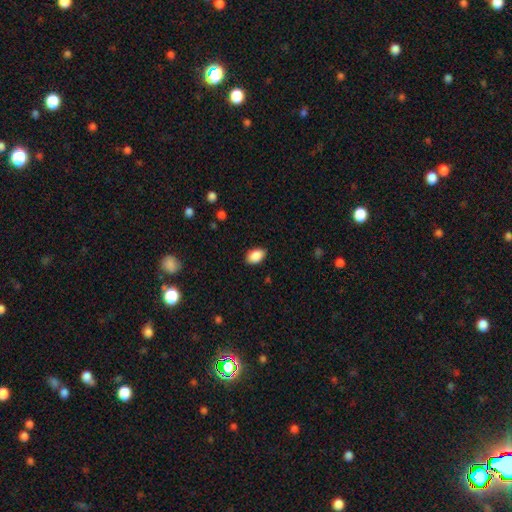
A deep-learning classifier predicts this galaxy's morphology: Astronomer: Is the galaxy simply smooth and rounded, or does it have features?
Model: smooth — 89%.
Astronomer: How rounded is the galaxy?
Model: in between — 89%.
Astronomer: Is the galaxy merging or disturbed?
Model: none — 86%.